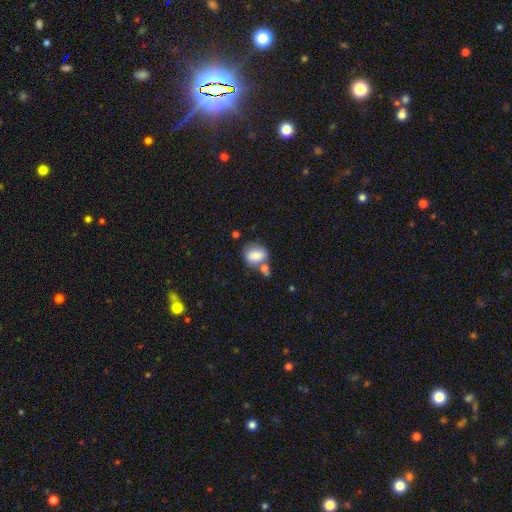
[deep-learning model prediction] Smooth or featured: smooth — 81% (featured or disk — 11%)
How rounded: in between — 54% (round — 45%)
Merging: none — 45% (merger — 33%)